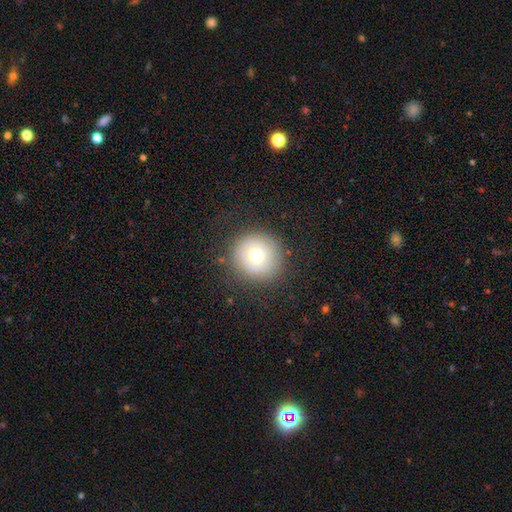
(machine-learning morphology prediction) type=smooth (62%); roundness=round (94%); merging=none (84%).